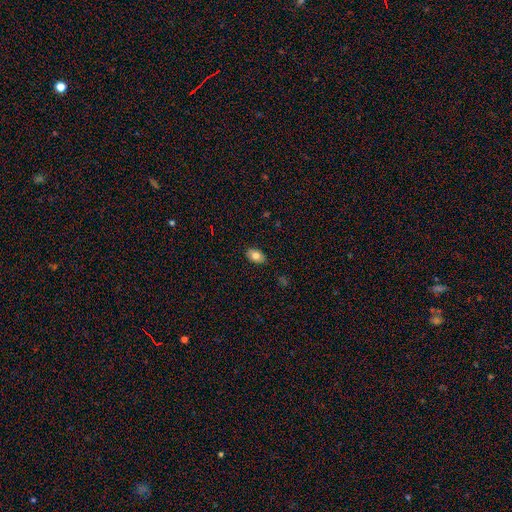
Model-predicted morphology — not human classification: type=smooth (79%); roundness=in between (87%); merging=none (86%).